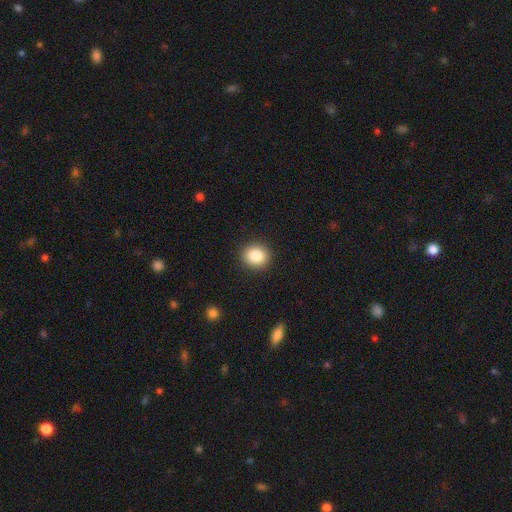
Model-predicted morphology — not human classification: The model was most divided on "how rounded": round: 83%, in between: 16%, cigar-shaped: 1%. More confident: merging — none (91%); smooth or featured — smooth (85%).